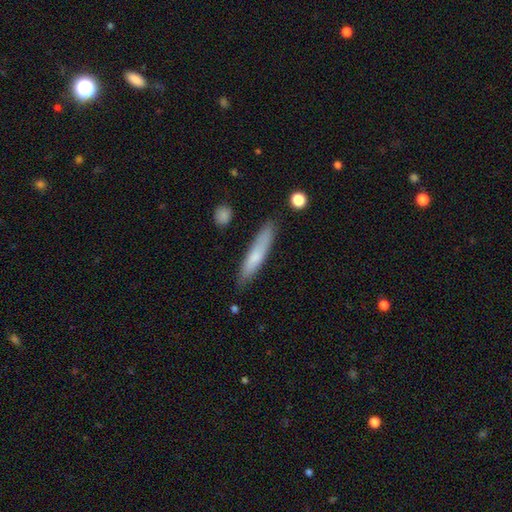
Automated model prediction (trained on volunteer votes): Smooth or featured: smooth — 69% (featured or disk — 25%)
How rounded: cigar-shaped — 89% (in between — 9%)
Merging: none — 83% (minor disturbance — 12%)